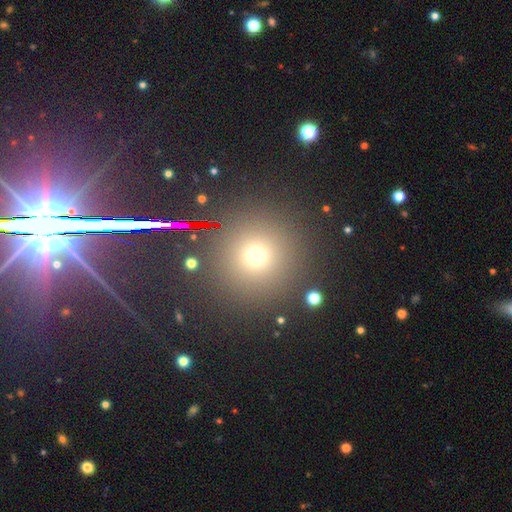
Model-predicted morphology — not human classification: The model was most divided on "smooth or featured": smooth: 64%, star or artifact: 28%, featured or disk: 8%. More confident: how rounded — round (94%); merging — none (87%).